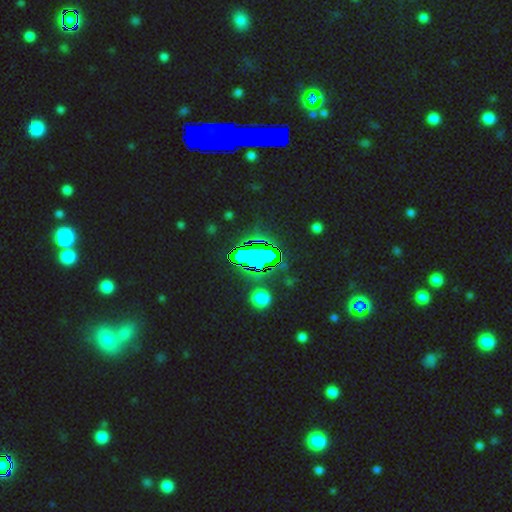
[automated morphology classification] Smooth or featured? star or artifact (62%)